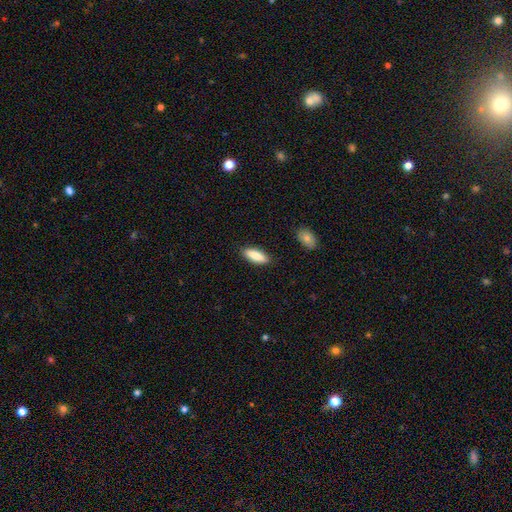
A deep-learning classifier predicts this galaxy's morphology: Smooth or featured: smooth — 86% (featured or disk — 8%)
How rounded: in between — 61% (cigar-shaped — 37%)
Merging: none — 88% (minor disturbance — 9%)